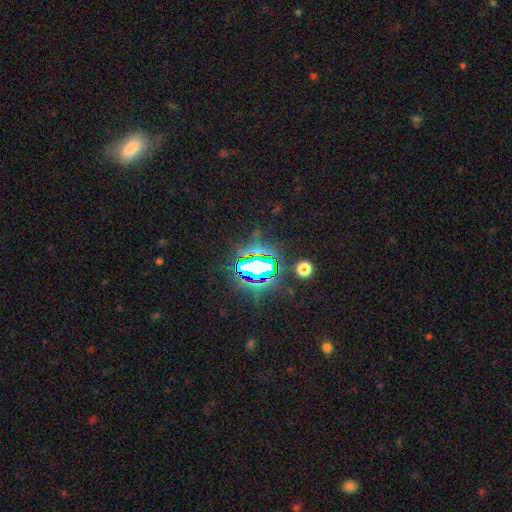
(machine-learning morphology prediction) This appears to be a star or artifact, not a galaxy (77%).